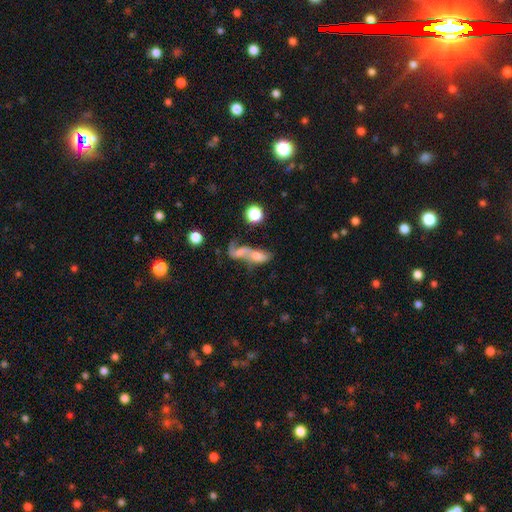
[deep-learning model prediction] Morphology: type=smooth (50%); merging=merger (68%).